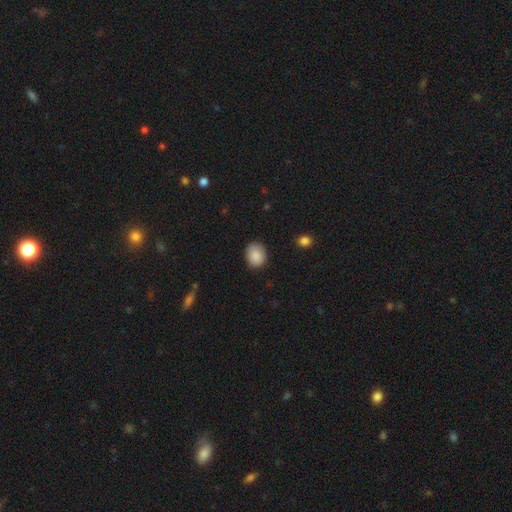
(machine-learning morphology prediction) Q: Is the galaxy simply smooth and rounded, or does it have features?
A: smooth — 86%.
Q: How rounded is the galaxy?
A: round — 52%.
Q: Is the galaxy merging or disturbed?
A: none — 80%.